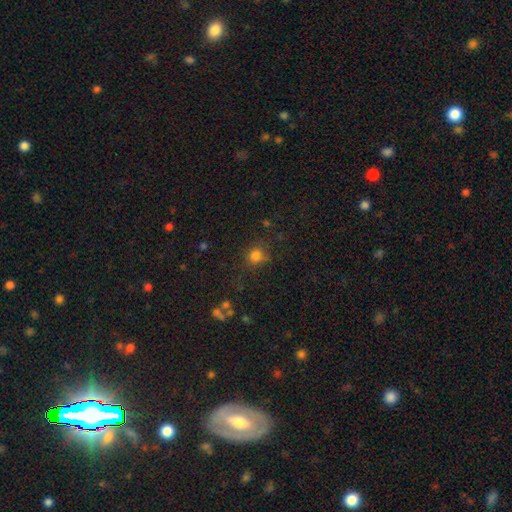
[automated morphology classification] smooth 78%, star or artifact 16%, featured or disk 7%. Down the decision tree: how rounded — round (83%); merging — none (73%).